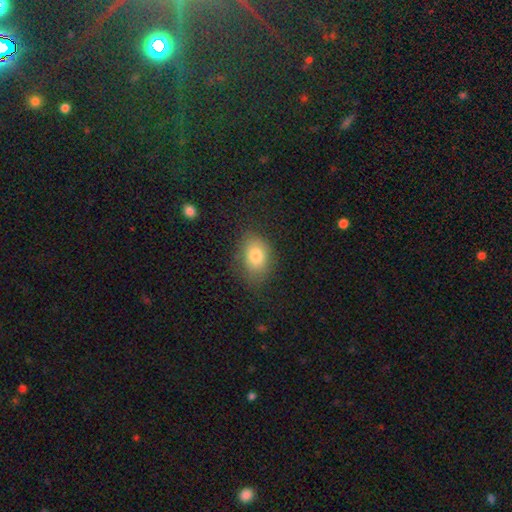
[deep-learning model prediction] Smooth or featured? Predicted: smooth (p=0.80). How rounded? Predicted: in between (p=0.74). Merging? Predicted: none (p=0.71).